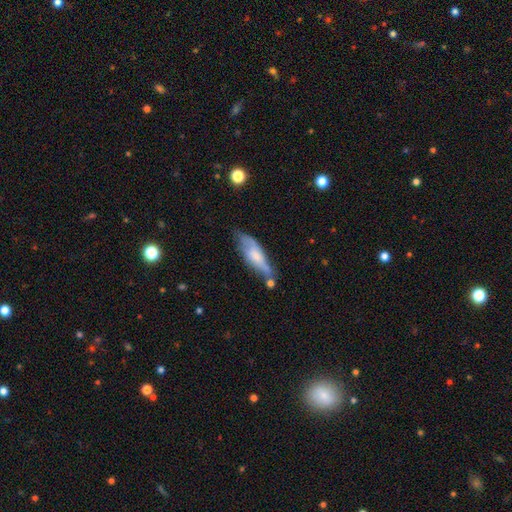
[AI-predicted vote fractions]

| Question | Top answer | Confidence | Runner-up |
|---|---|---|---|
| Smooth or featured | smooth | 55% | featured or disk (39%) |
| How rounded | in between | 51% | cigar-shaped (47%) |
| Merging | none | 45% | minor disturbance (33%) |